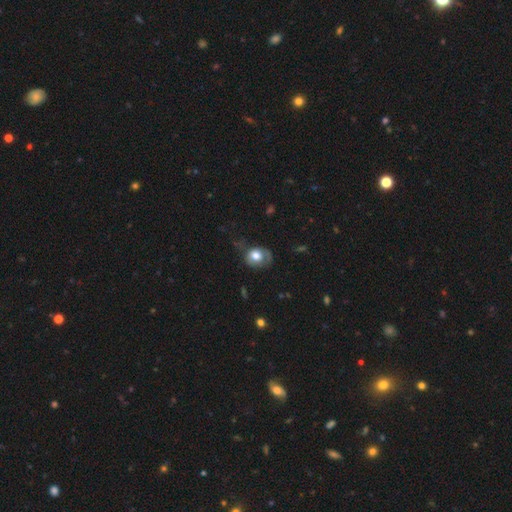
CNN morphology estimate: Smooth or featured? smooth (67%)
How rounded? round (56%)
Merging? none (43%)